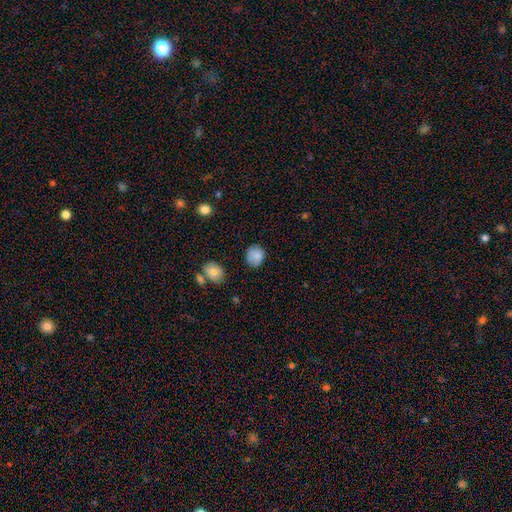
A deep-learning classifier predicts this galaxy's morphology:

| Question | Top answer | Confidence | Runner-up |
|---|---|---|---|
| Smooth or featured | smooth | 84% | star or artifact (9%) |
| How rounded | round | 70% | in between (29%) |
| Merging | none | 73% | minor disturbance (20%) |